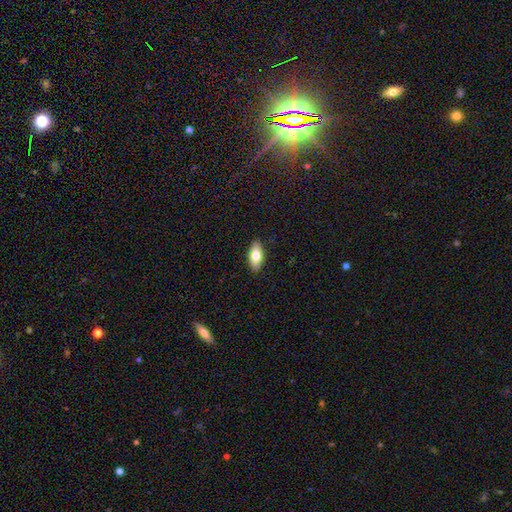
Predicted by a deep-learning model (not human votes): This is likely a smooth galaxy (72%). How rounded: clearly in between (84%). Merging: clearly none (90%).